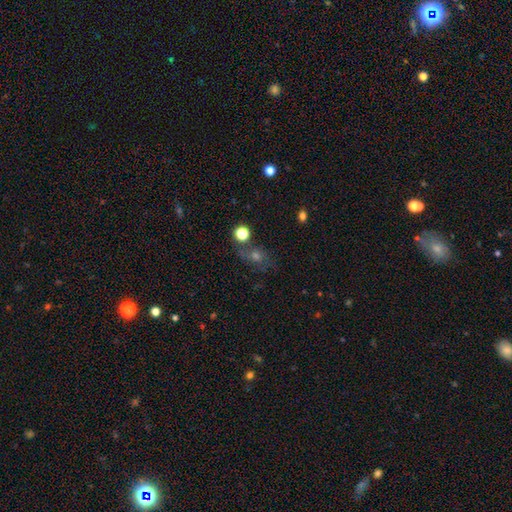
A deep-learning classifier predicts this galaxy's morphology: Smooth or featured? smooth (36%)
Merging? none (61%)